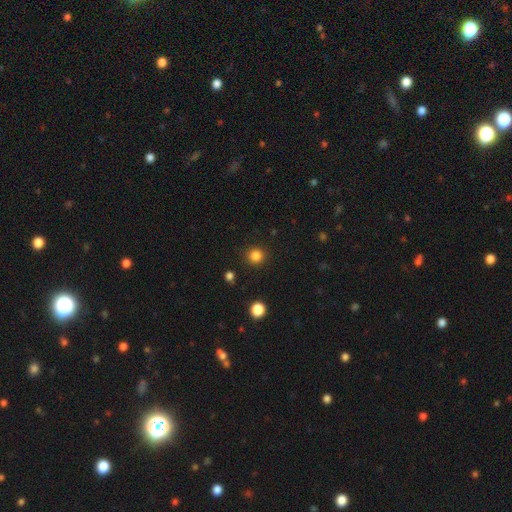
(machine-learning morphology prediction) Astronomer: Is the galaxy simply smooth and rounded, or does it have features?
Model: smooth — 83%.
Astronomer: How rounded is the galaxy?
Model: round — 94%.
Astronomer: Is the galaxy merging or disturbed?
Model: none — 91%.